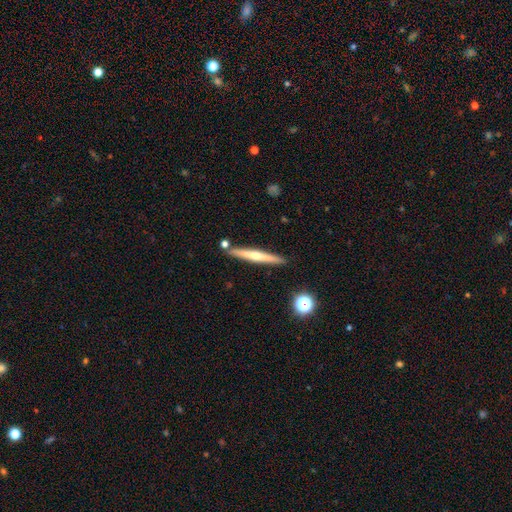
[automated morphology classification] A featured or disk galaxy (57%) viewed edge-on (97%) with a rounded central bulge (68%).

Vote fractions:
- Smooth or featured? featured or disk: 57% / smooth: 37% / star or artifact: 6%
- Edge-on disk? yes: 97% / no: 3%
- Edge-on bulge? rounded: 68% / none: 27% / boxy: 5%
- Merging? none: 87% / minor disturbance: 8% / merger: 4% / major disturbance: 2%